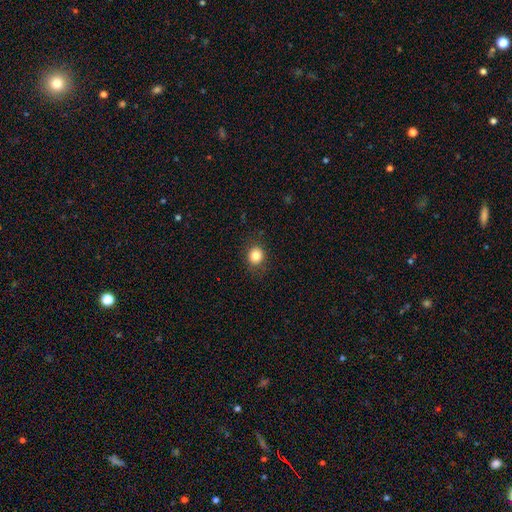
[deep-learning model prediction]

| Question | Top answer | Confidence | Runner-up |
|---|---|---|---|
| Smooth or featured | smooth | 83% | star or artifact (11%) |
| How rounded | round | 80% | in between (19%) |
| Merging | none | 86% | minor disturbance (10%) |